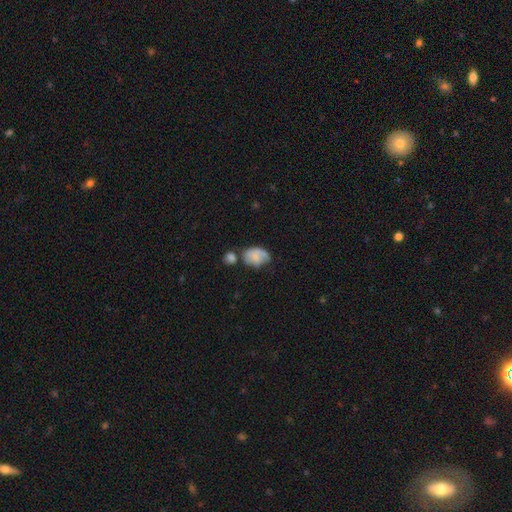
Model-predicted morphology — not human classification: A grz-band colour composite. It shows a smooth galaxy with no disk features (70%) that is in between round and cigar-shaped (78%). Merging: none (33%).